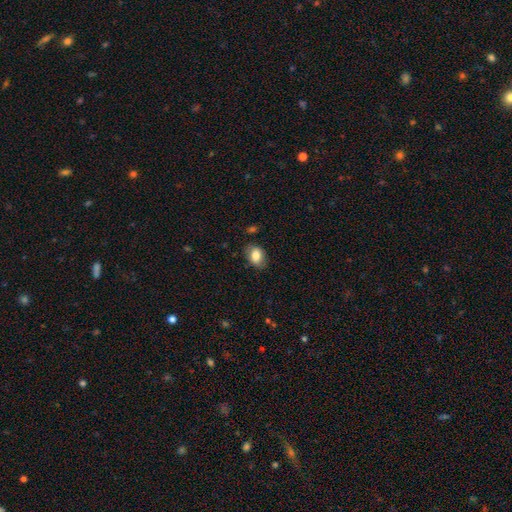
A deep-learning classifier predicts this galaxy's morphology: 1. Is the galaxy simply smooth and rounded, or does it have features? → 81% smooth, 11% featured or disk, 8% star or artifact.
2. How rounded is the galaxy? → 78% in between, 21% round, 1% cigar-shaped.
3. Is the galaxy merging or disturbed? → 79% none, 16% minor disturbance, 4% major disturbance, 2% merger.